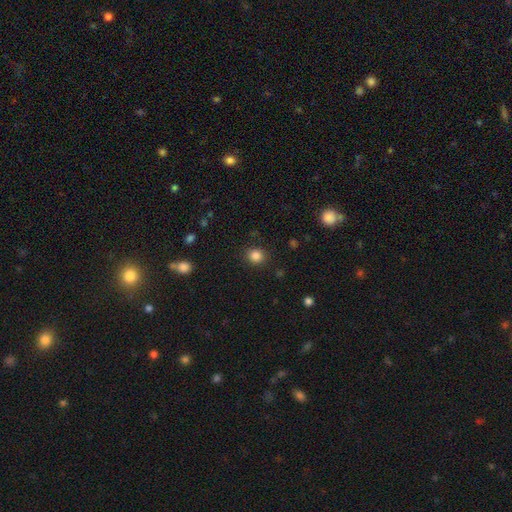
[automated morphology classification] Q: Smooth or featured?
A: smooth (84%); runner-up: star or artifact (12%)
Q: How rounded?
A: round (80%); runner-up: in between (19%)
Q: Merging?
A: none (89%); runner-up: minor disturbance (8%)